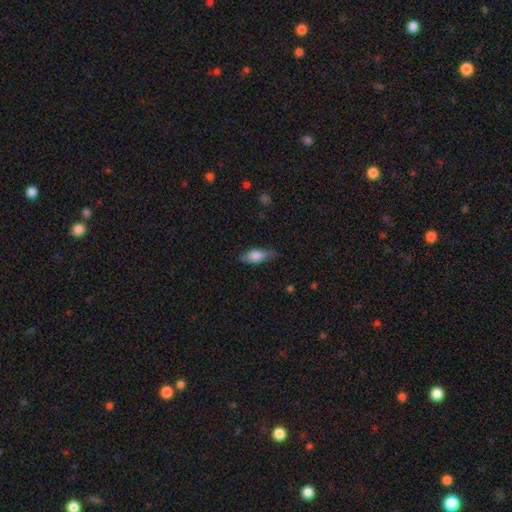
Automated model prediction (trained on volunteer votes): Smooth or featured: smooth — 71% (featured or disk — 22%)
How rounded: in between — 67% (cigar-shaped — 30%)
Merging: none — 71% (minor disturbance — 23%)